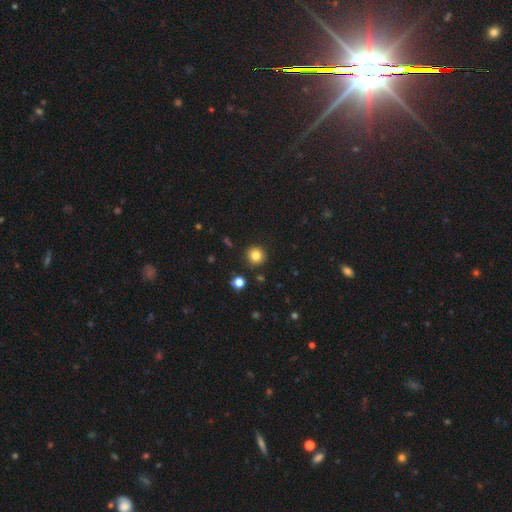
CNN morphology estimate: Smooth or featured? smooth (83%)
How rounded? round (94%)
Merging? none (90%)